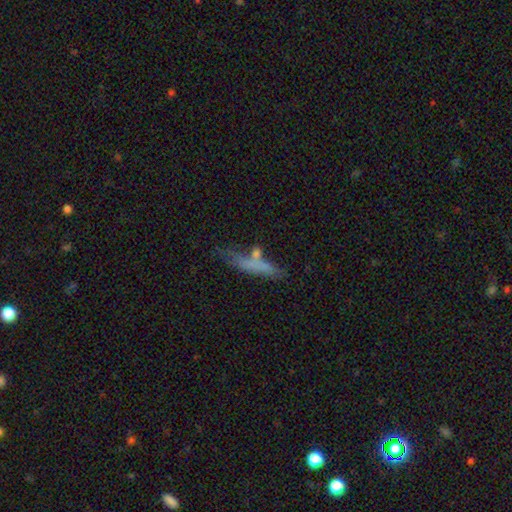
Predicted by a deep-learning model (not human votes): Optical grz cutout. It shows a smooth galaxy with no disk features (60%) that is cigar-shaped (77%). Merging: none (46%).